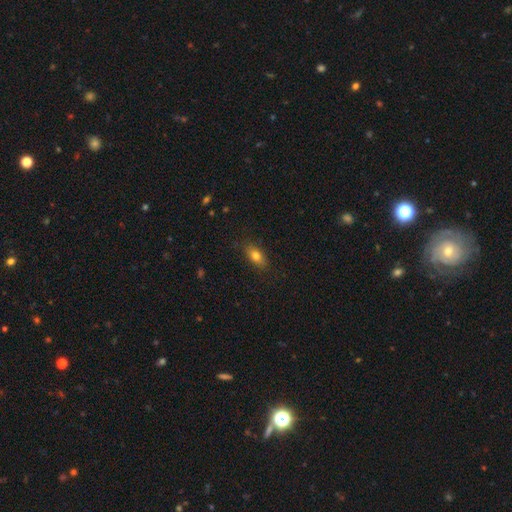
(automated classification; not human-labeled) A smooth galaxy with no disk features (79%) that is in between round and cigar-shaped (83%). Merging: none (84%).